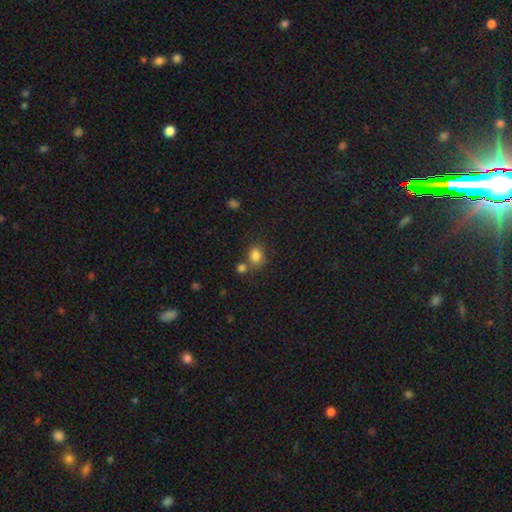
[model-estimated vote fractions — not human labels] This is clearly a smooth galaxy (82%). How rounded: possibly round (59%). Merging: possibly none (57%).